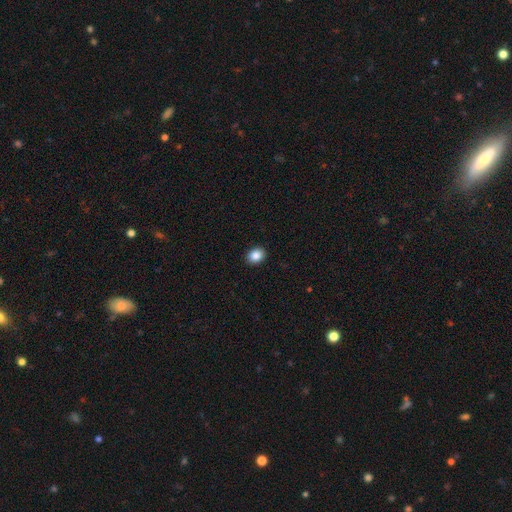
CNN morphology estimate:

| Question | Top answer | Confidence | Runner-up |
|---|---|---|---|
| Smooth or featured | smooth | 87% | star or artifact (9%) |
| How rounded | in between | 55% | round (45%) |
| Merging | none | 91% | minor disturbance (6%) |